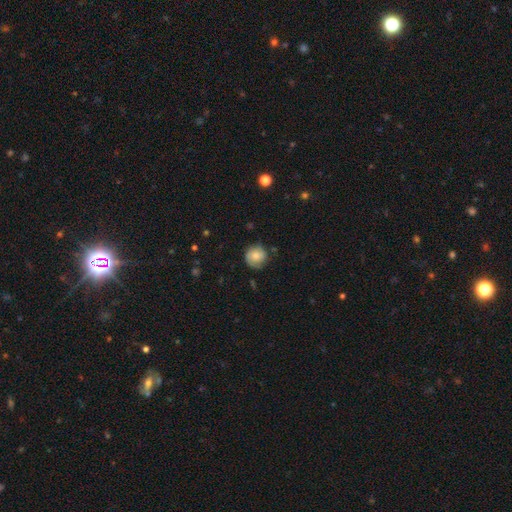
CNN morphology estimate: A smooth galaxy with no disk features (59%) that is round (89%). Merging: none (72%).